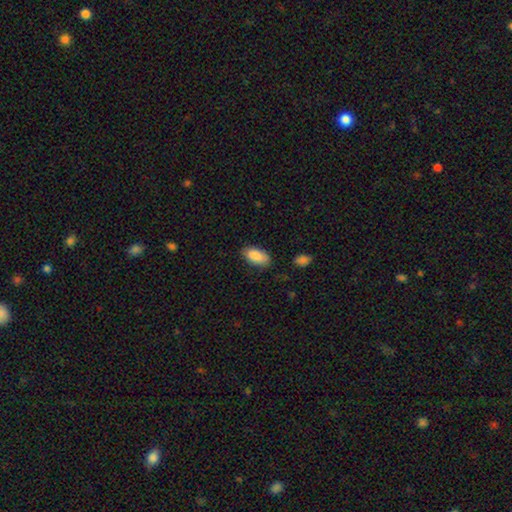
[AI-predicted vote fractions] Overall: smooth (89%). How rounded: in between (93%). Merging: none (80%).